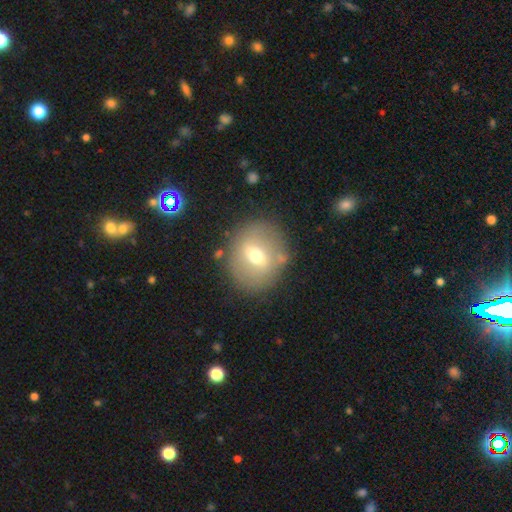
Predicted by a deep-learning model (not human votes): A smooth galaxy with no disk features (52%) that is round (73%). Merging: none (80%).